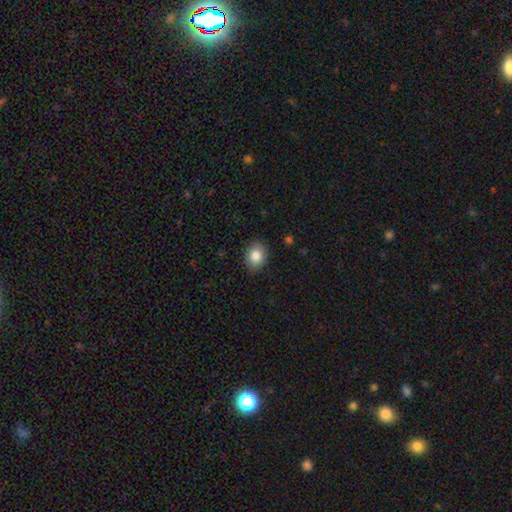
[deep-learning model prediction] This appears to be a smooth galaxy with no disk features (84%) that is in between round and cigar-shaped (54%). Merging: none (88%).